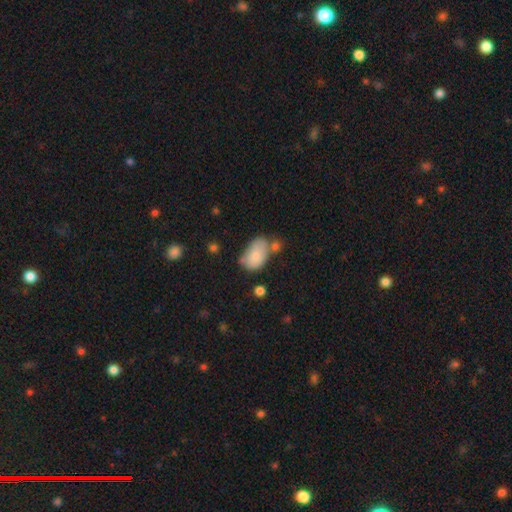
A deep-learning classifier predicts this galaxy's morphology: smooth 80%, featured or disk 13%, star or artifact 7%. Down the decision tree: how rounded — in between (90%); merging — none (45%).